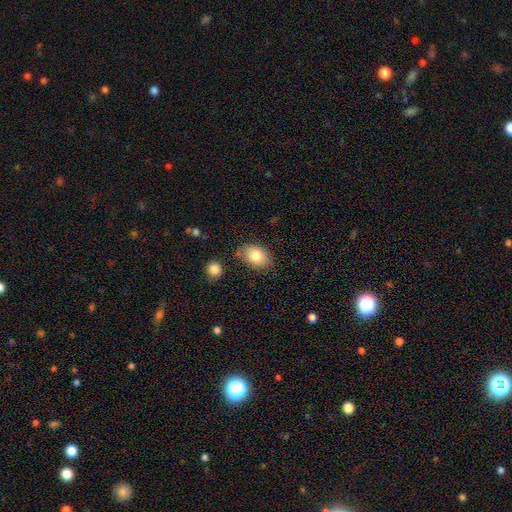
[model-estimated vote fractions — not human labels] The model was most divided on "merging": none: 78%, minor disturbance: 14%, merger: 5%, major disturbance: 3%. More confident: how rounded — in between (87%); smooth or featured — smooth (82%).